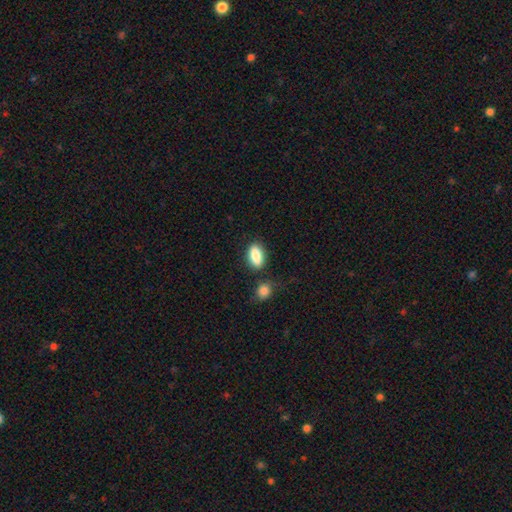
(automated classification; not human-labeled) This is clearly a smooth galaxy (86%). How rounded: clearly in between (87%). Merging: likely none (76%).